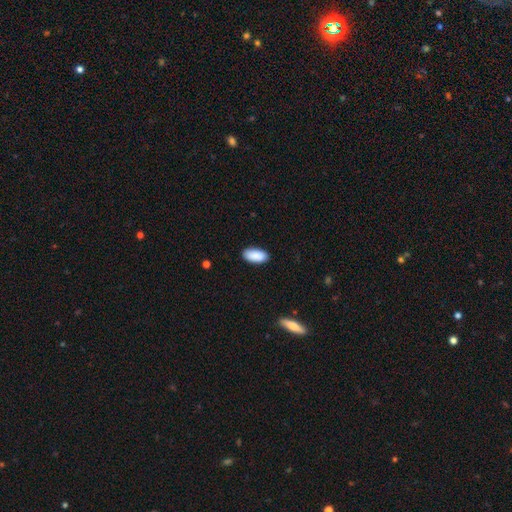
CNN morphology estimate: A smooth galaxy with no disk features (91%) that is in between round and cigar-shaped (94%).

Vote fractions:
- Smooth or featured? smooth: 91% / star or artifact: 6% / featured or disk: 3%
- How rounded? in between: 94% / cigar-shaped: 4% / round: 2%
- Merging? none: 88% / minor disturbance: 9% / major disturbance: 2% / merger: 1%